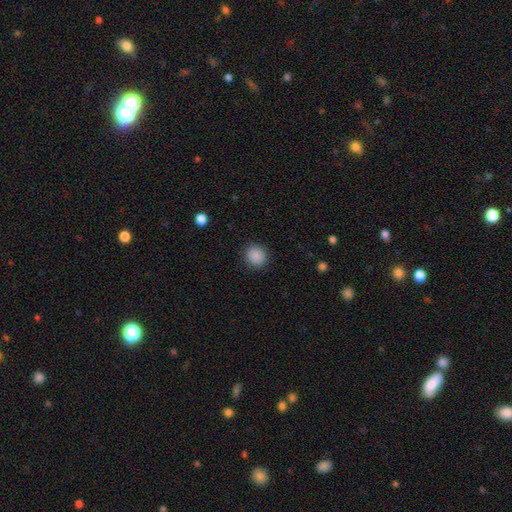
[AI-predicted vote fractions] Smooth or featured: smooth — 88% (star or artifact — 9%)
How rounded: round — 88% (in between — 11%)
Merging: none — 91% (minor disturbance — 6%)